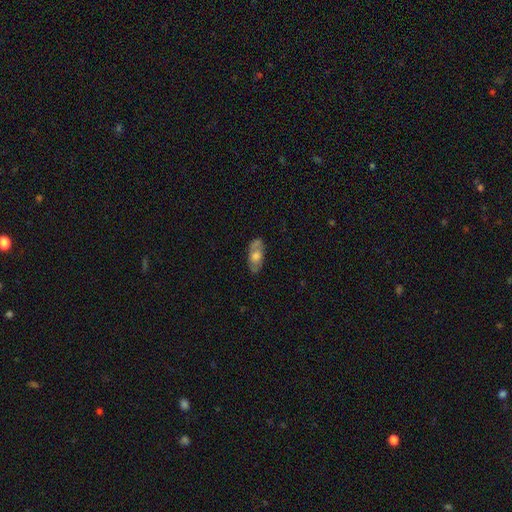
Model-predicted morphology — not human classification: type=featured or disk (47%); merging=none (74%).